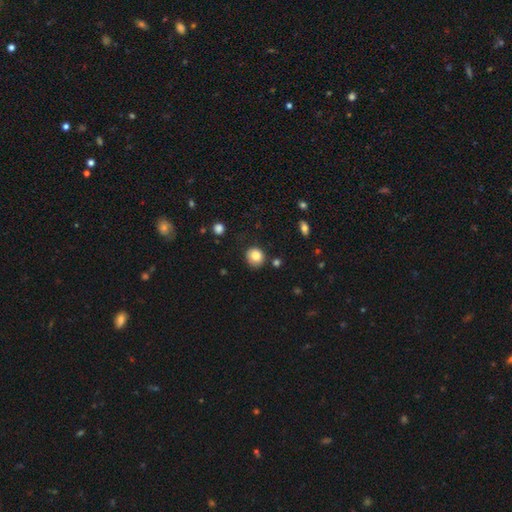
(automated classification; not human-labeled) Morphology: type=smooth (81%); roundness=round (86%); merging=none (83%).